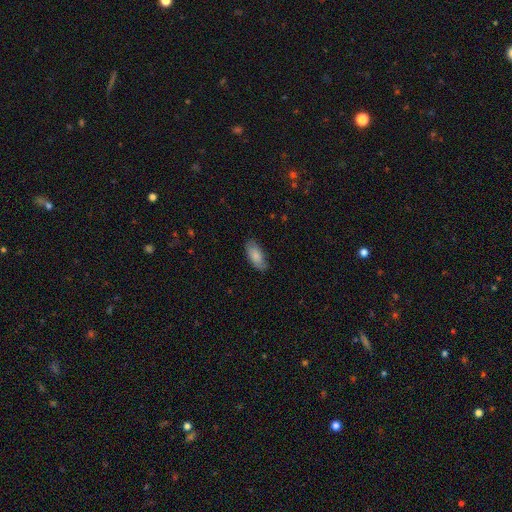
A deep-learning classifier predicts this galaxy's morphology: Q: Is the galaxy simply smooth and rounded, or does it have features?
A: smooth — 83%.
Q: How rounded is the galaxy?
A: in between — 87%.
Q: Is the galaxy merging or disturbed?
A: none — 81%.